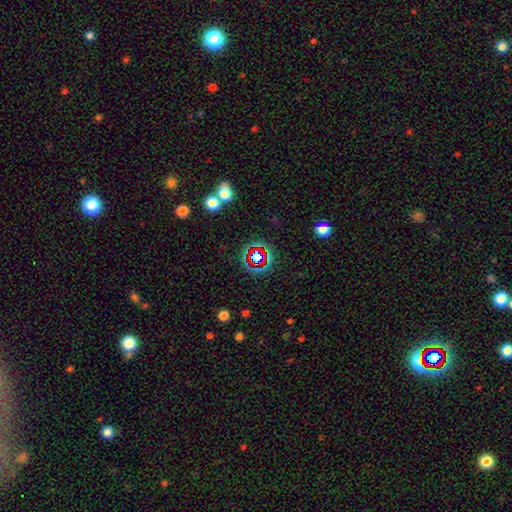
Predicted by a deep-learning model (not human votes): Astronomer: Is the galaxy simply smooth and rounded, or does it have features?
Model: star or artifact — 61%.